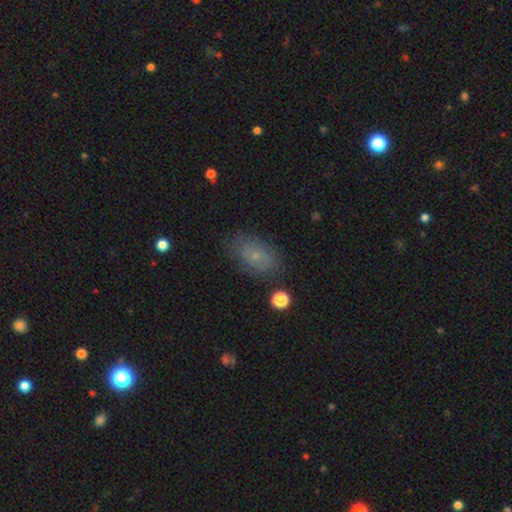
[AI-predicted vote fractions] A smooth galaxy with no disk features (59%) that is in between round and cigar-shaped (84%). Merging: none (73%).